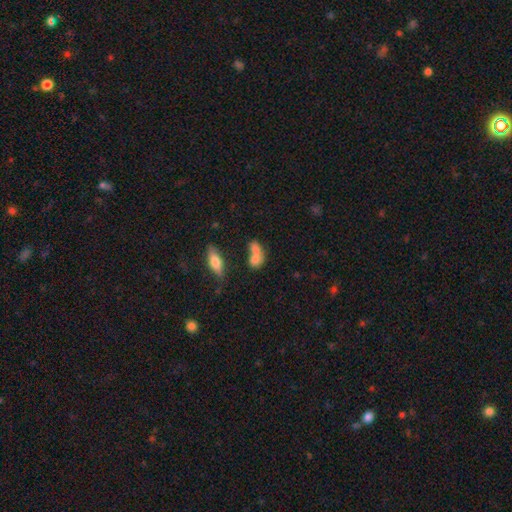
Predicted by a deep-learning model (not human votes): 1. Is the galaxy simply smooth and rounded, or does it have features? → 73% smooth, 16% featured or disk, 11% star or artifact.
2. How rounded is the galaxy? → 66% in between, 27% round, 7% cigar-shaped.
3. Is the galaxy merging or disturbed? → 58% merger, 27% none, 9% minor disturbance, 6% major disturbance.